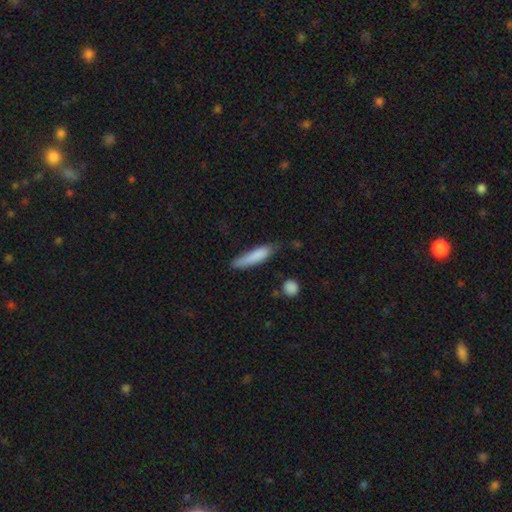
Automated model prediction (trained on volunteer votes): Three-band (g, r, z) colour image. It shows a smooth galaxy with no disk features (81%) that is cigar-shaped (79%). Merging: none (57%).